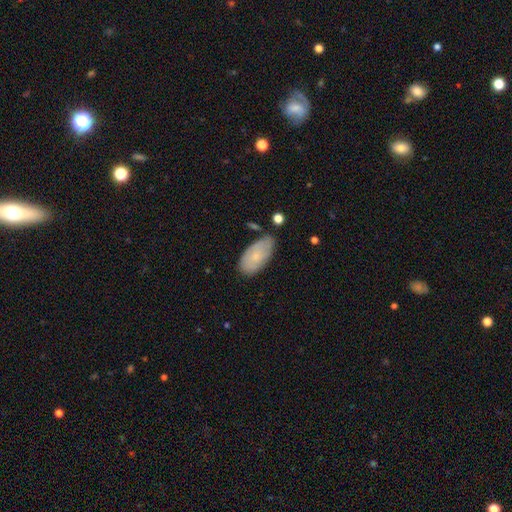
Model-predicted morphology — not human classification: Smooth or featured: smooth — 68% (featured or disk — 25%)
How rounded: in between — 93% (cigar-shaped — 4%)
Merging: none — 65% (minor disturbance — 25%)